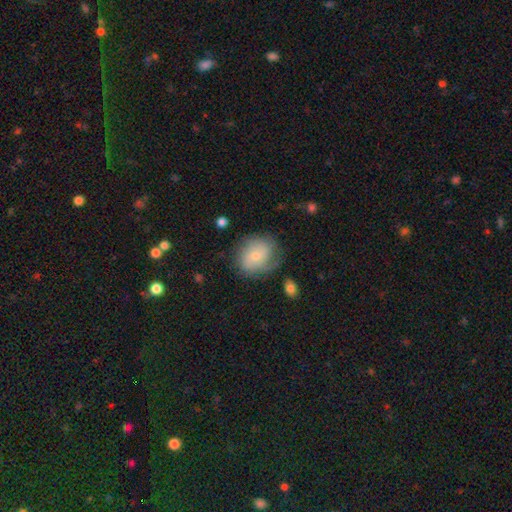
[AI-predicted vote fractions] smooth_or_featured: smooth (p=0.53) [alt: featured or disk p=0.39]
how_rounded: round (p=0.63) [alt: in between p=0.36]
merging: none (p=0.65) [alt: minor disturbance p=0.23]